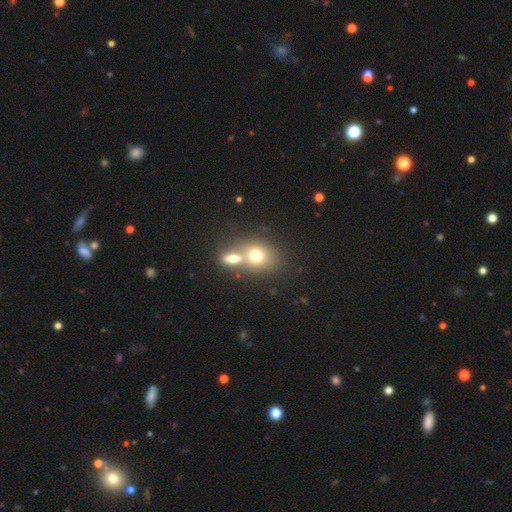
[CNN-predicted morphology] smooth-or-featured: smooth: 72% | featured or disk: 17% | star or artifact: 12%
  how-rounded: round: 59% | in between: 39% | cigar-shaped: 2%
  merging: merger: 55% | none: 35% | minor disturbance: 7% | major disturbance: 3%